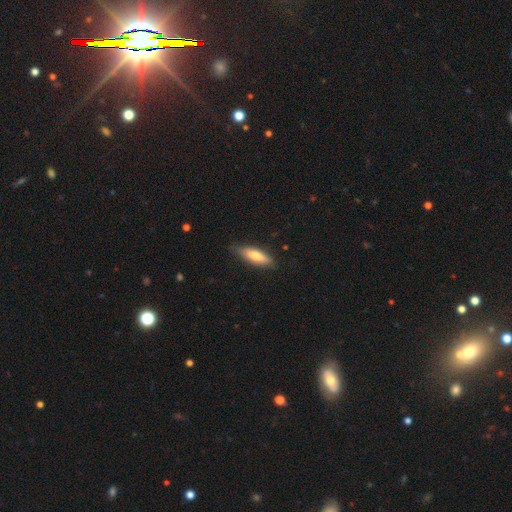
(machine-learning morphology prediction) This is likely a smooth galaxy (68%). How rounded: possibly cigar-shaped (54%). Merging: likely none (79%).